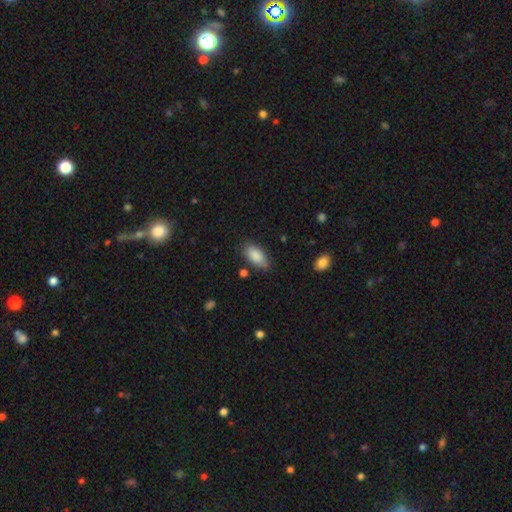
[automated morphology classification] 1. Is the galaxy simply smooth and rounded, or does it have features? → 87% smooth, 7% star or artifact, 6% featured or disk.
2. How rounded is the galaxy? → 90% in between, 8% cigar-shaped, 3% round.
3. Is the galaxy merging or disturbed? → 79% none, 15% minor disturbance, 3% major disturbance, 3% merger.